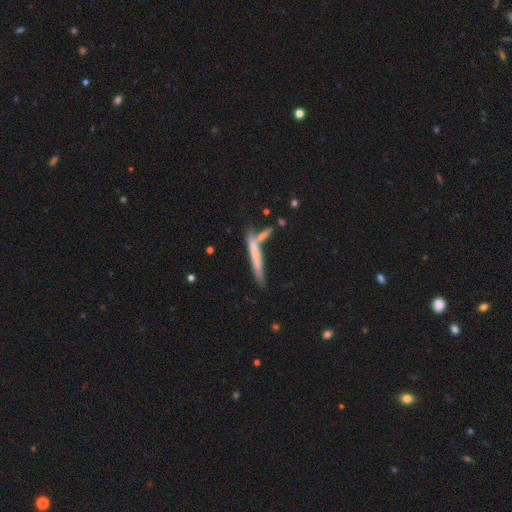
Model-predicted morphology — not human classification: This is possibly a smooth galaxy (52%). How rounded: clearly cigar-shaped (94%). Merging: possibly none (60%).